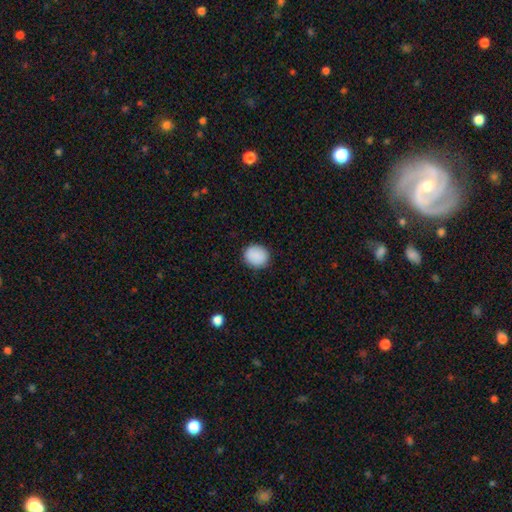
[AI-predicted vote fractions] Smooth or featured? Predicted: smooth (p=0.90). How rounded? Predicted: round (p=0.81). Merging? Predicted: none (p=0.89).